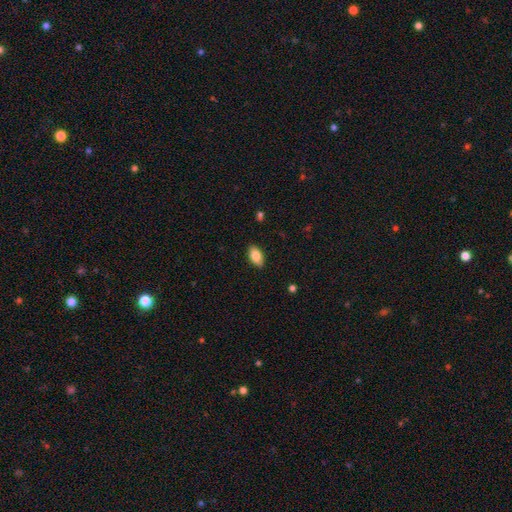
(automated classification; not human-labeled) smooth 84%, featured or disk 9%, star or artifact 7%. Down the decision tree: how rounded — in between (93%); merging — none (89%).